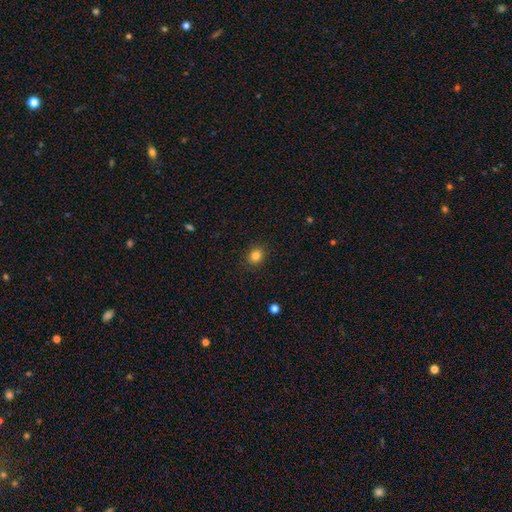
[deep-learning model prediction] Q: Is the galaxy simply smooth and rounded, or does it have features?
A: smooth — 84%.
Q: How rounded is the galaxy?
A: round — 69%.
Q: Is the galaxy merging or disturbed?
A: none — 90%.